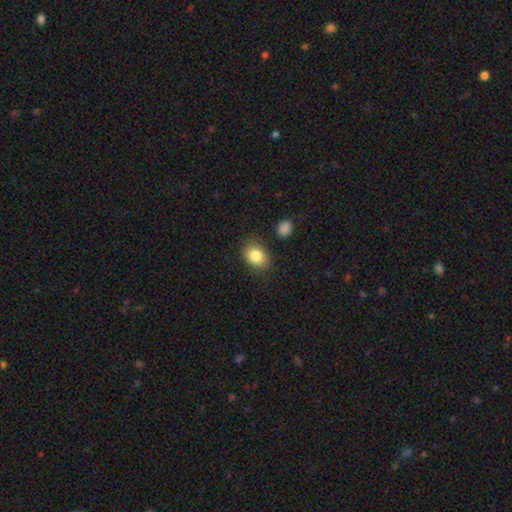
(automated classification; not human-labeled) smooth 84%, star or artifact 9%, featured or disk 7%. Down the decision tree: how rounded — in between (66%); merging — none (80%).